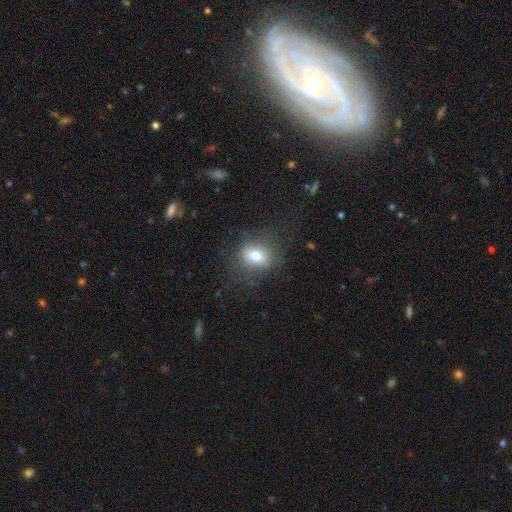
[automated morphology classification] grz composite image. It shows a smooth galaxy with no disk features (74%) that is round (54%). Merging: none (75%).